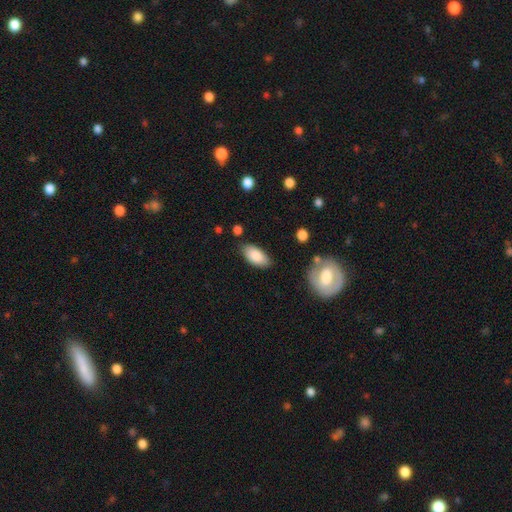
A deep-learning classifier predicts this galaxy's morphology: This appears to be a smooth galaxy with no disk features (85%) that is in between round and cigar-shaped (92%). Merging: none (81%).